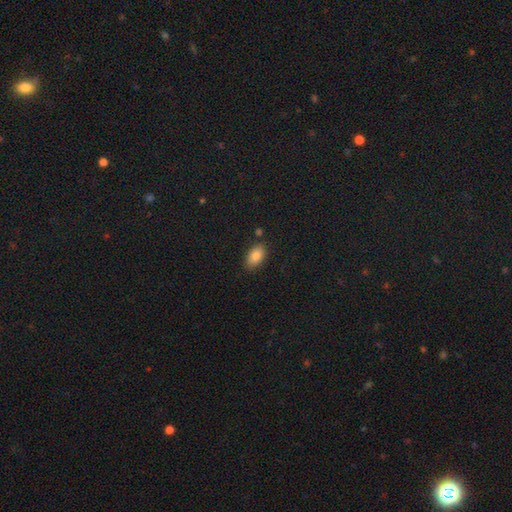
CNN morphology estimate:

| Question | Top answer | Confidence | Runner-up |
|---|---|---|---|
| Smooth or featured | smooth | 85% | star or artifact (8%) |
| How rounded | in between | 92% | round (6%) |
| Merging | none | 83% | minor disturbance (12%) |